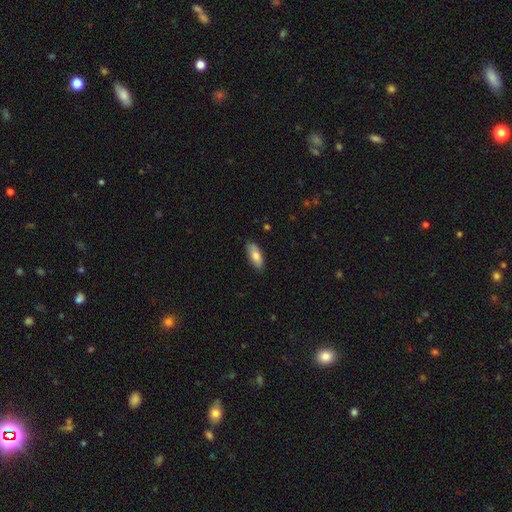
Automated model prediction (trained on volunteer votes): Overall: smooth (78%). How rounded: in between (81%). Merging: none (84%).